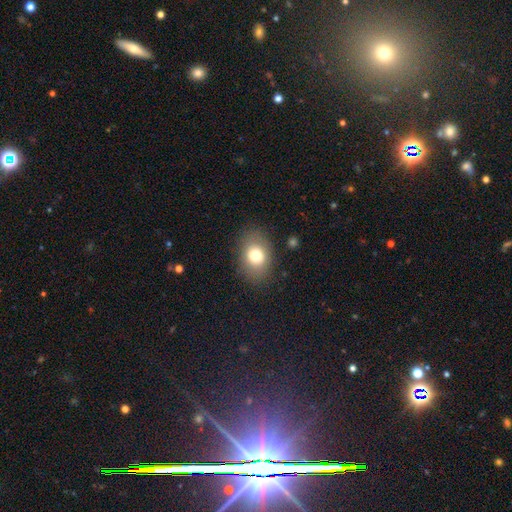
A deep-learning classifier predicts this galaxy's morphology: The model was most divided on "how rounded": in between: 65%, round: 34%, cigar-shaped: 1%. More confident: merging — none (83%); smooth or featured — smooth (76%).